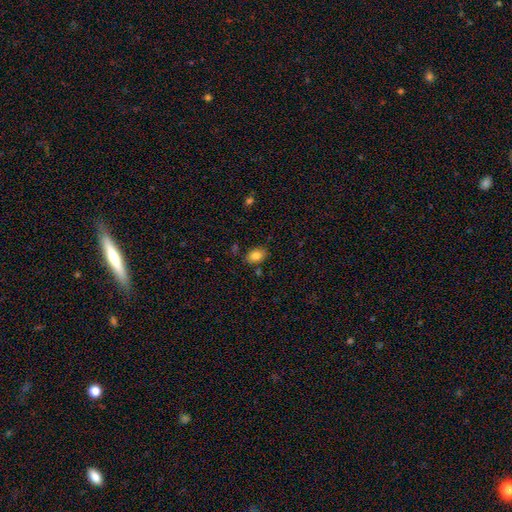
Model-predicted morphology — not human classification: smooth-or-featured: smooth: 83% | featured or disk: 9% | star or artifact: 9%
  how-rounded: in between: 83% | round: 16% | cigar-shaped: 1%
  merging: none: 79% | minor disturbance: 14% | merger: 4% | major disturbance: 3%